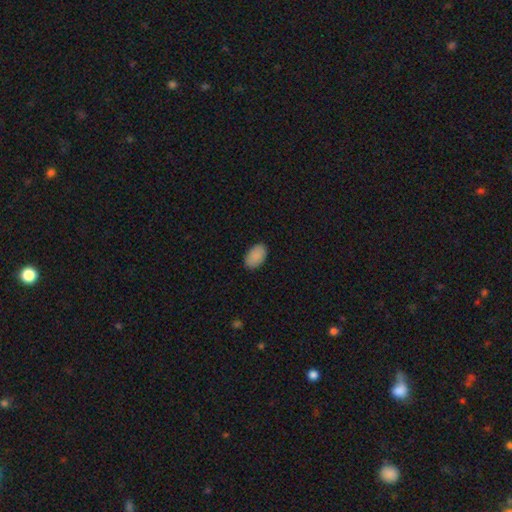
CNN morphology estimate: A smooth galaxy with no disk features (89%) that is in between round and cigar-shaped (92%).

Vote fractions:
- Smooth or featured? smooth: 89% / star or artifact: 7% / featured or disk: 4%
- How rounded? in between: 92% / round: 7% / cigar-shaped: 1%
- Merging? none: 85% / minor disturbance: 12% / major disturbance: 2% / merger: 1%